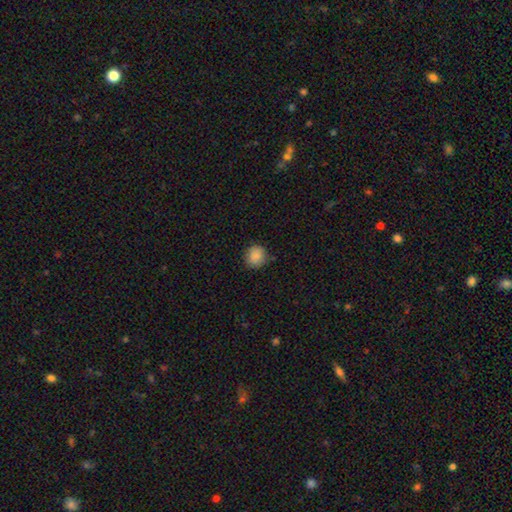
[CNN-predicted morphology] A smooth galaxy with no disk features (87%) that is round (86%). Merging: none (84%).